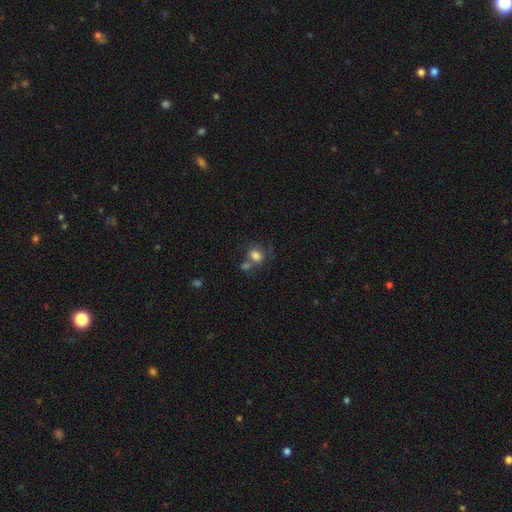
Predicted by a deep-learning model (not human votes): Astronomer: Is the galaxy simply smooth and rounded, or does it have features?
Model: smooth — 77%.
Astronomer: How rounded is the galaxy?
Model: in between — 60% (runner-up: round, 38%).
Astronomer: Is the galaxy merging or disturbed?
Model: merger — 39% (runner-up: none, 37%).